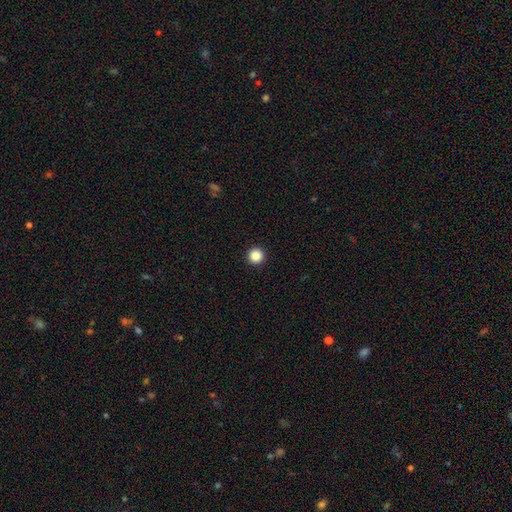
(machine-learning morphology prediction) smooth-or-featured: smooth: 87% | star or artifact: 10% | featured or disk: 2%
  how-rounded: round: 97% | in between: 2% | cigar-shaped: 1%
  merging: none: 94% | minor disturbance: 4% | major disturbance: 1% | merger: 1%